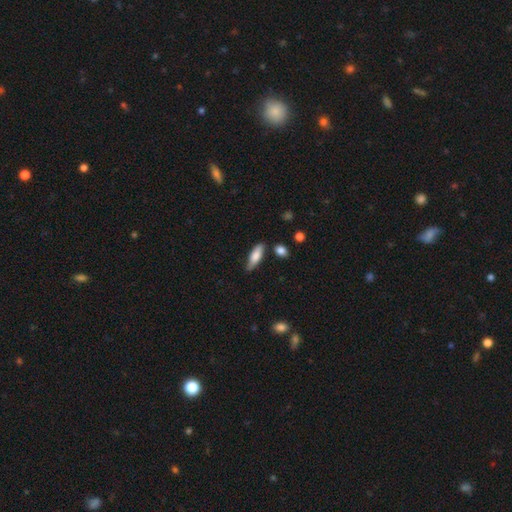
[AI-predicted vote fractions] A smooth galaxy with no disk features (77%) that is in between round and cigar-shaped (53%).

Vote fractions:
- Smooth or featured? smooth: 77% / featured or disk: 17% / star or artifact: 6%
- How rounded? in between: 53% / cigar-shaped: 45% / round: 2%
- Merging? none: 73% / minor disturbance: 19% / merger: 4% / major disturbance: 3%